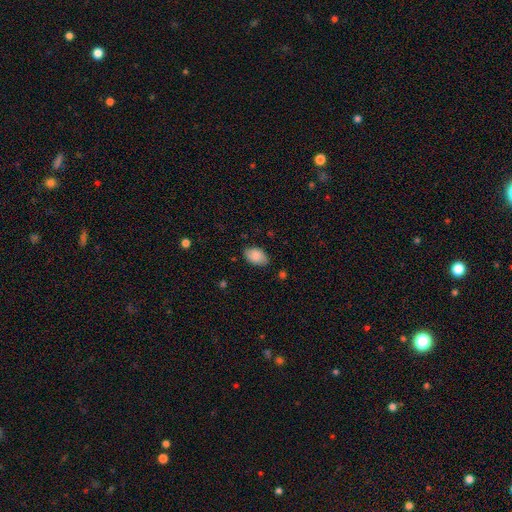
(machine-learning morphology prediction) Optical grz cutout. It shows a smooth galaxy with no disk features (86%) that is in between round and cigar-shaped (91%). Merging: none (81%).